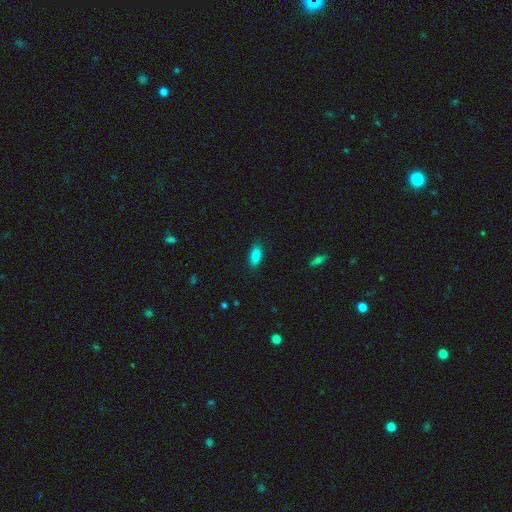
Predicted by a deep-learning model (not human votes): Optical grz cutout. It shows a smooth galaxy with no disk features (85%) that is in between round and cigar-shaped (83%). Merging: none (87%).